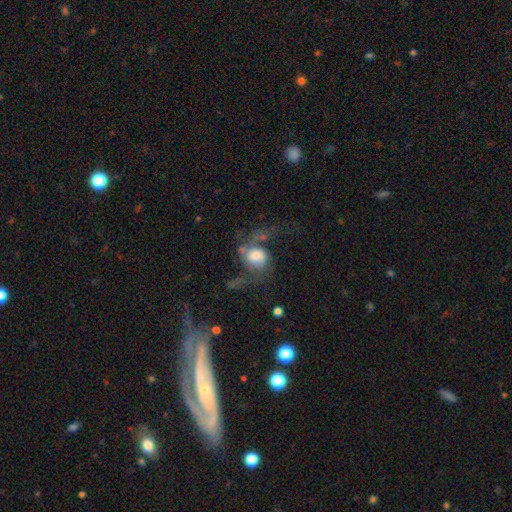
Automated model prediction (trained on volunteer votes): Smooth or featured: featured or disk — 64% (smooth — 28%)
Edge-on disk: no — 97% (yes — 3%)
Bar: no — 66% (weak — 28%)
Spiral arms: yes — 84% (no — 16%)
Spiral winding: loose — 65% (medium — 28%)
Spiral arm count: 2 — 77% (1 — 8%)
Bulge size: moderate — 40% (large — 34%)
Merging: major disturbance — 44% (none — 33%)